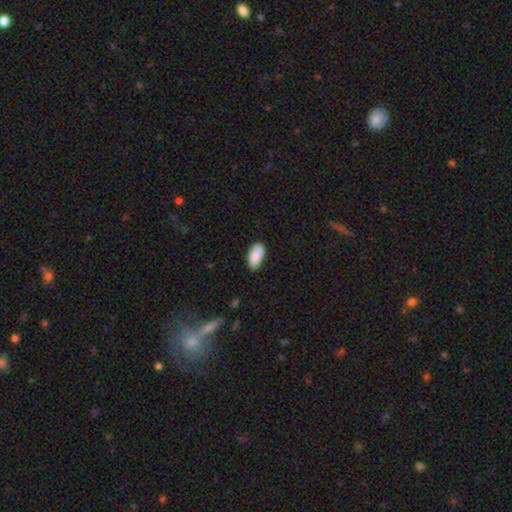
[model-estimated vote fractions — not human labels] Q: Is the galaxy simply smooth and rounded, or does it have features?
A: smooth — 86%.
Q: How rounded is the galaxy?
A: in between — 92%.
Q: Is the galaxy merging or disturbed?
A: none — 66%.